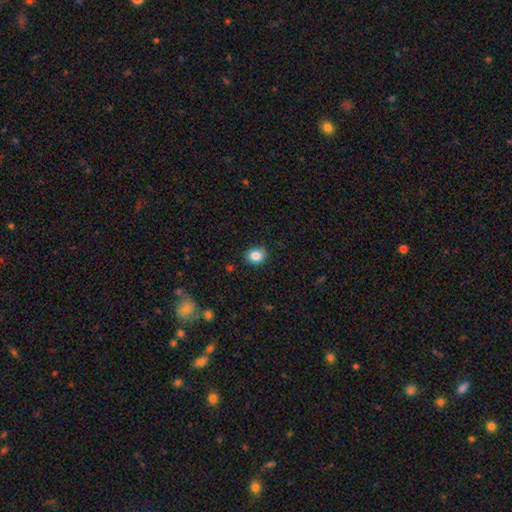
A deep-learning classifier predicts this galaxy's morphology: Overall: smooth (85%). How rounded: round (68%; in between 31%). Merging: none (87%).